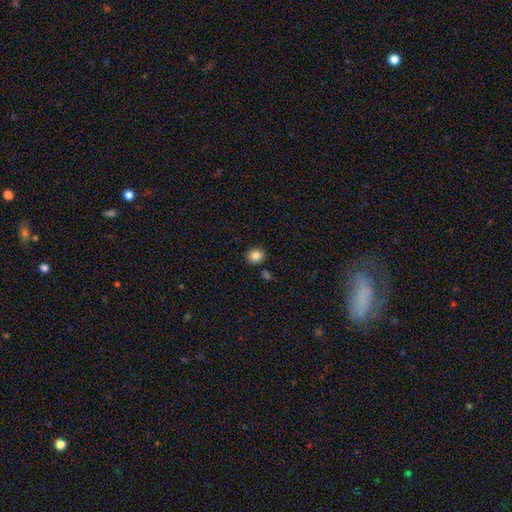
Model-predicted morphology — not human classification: type=smooth (85%); roundness=round (72%); merging=none (88%).